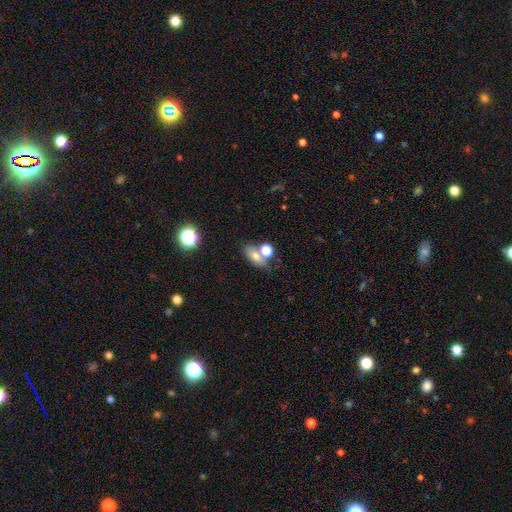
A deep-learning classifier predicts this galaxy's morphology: Smooth or featured?
  - smooth: 70% *
  - featured or disk: 16%
  - star or artifact: 14%
How rounded?
  - in between: 75% *
  - round: 18%
  - cigar-shaped: 7%
Merging?
  - none: 53% *
  - merger: 29%
  - minor disturbance: 13%
  - major disturbance: 6%